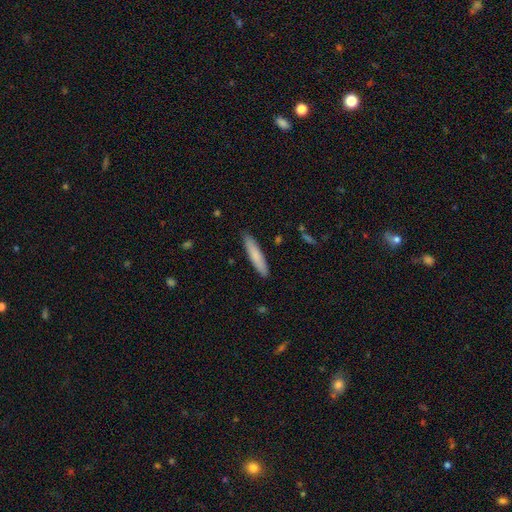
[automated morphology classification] This is likely a smooth galaxy (78%). How rounded: clearly cigar-shaped (88%). Merging: clearly none (89%).